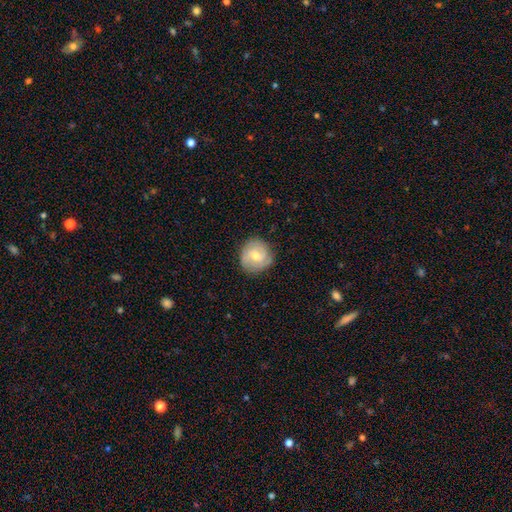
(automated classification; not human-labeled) A featured or disk galaxy (60%) with no bar (56%), spiral arms (86%) and a moderate central bulge (59%).

Vote fractions:
- Smooth or featured? featured or disk: 60% / smooth: 33% / star or artifact: 7%
- Edge-on disk? no: 97% / yes: 3%
- Bar? no: 56% / weak: 37% / strong: 7%
- Spiral arms? yes: 86% / no: 14%
- Bulge size? moderate: 59% / small: 37% / large: 2% / none: 1% / dominant: 1%
- Merging? none: 82% / minor disturbance: 14% / major disturbance: 3% / merger: 1%